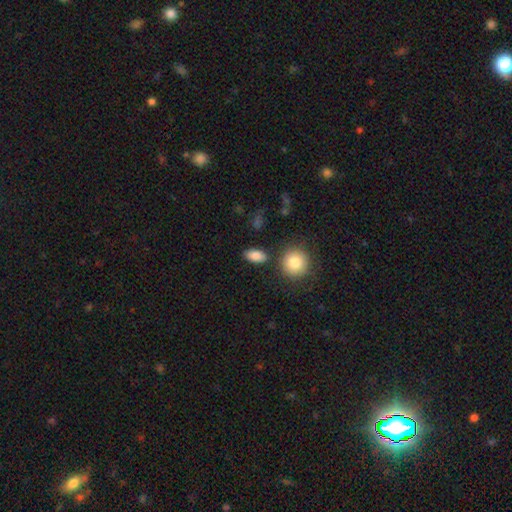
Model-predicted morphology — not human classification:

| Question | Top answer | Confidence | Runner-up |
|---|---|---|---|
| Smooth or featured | smooth | 85% | star or artifact (8%) |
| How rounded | in between | 86% | round (10%) |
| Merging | none | 82% | minor disturbance (10%) |